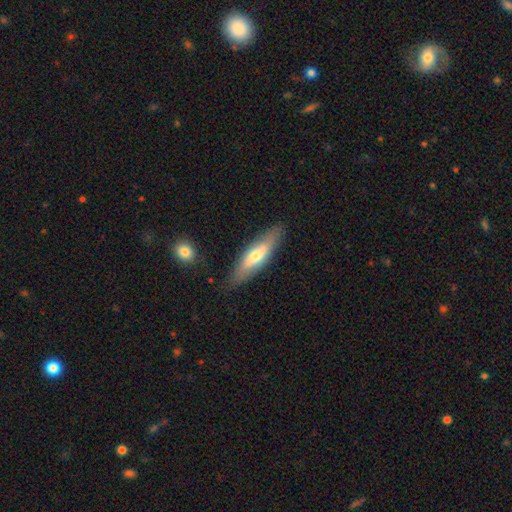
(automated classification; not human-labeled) Smooth or featured?
  - smooth: 50% *
  - featured or disk: 44%
  - star or artifact: 5%
How rounded?
  - cigar-shaped: 64% *
  - in between: 35%
  - round: 2%
Merging?
  - none: 83% *
  - minor disturbance: 12%
  - major disturbance: 3%
  - merger: 2%